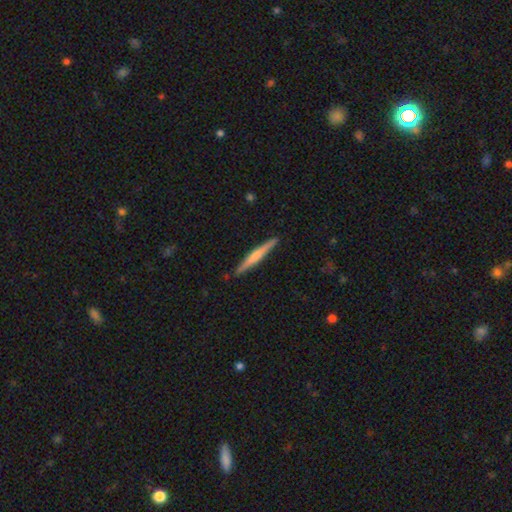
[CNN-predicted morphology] type=smooth (49%); merging=none (89%).